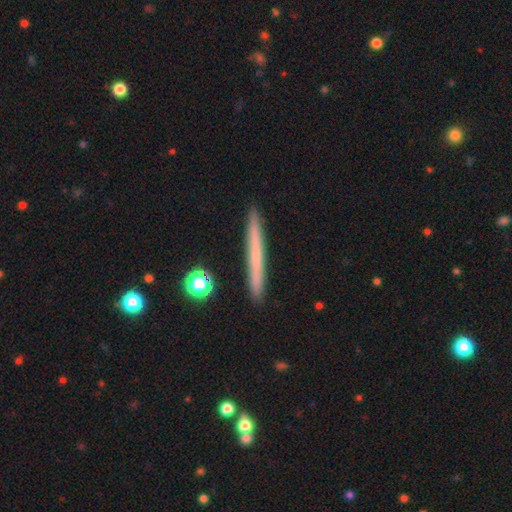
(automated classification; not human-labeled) Smooth or featured: smooth — 58% (featured or disk — 35%)
How rounded: cigar-shaped — 97% (in between — 2%)
Merging: none — 92% (minor disturbance — 6%)